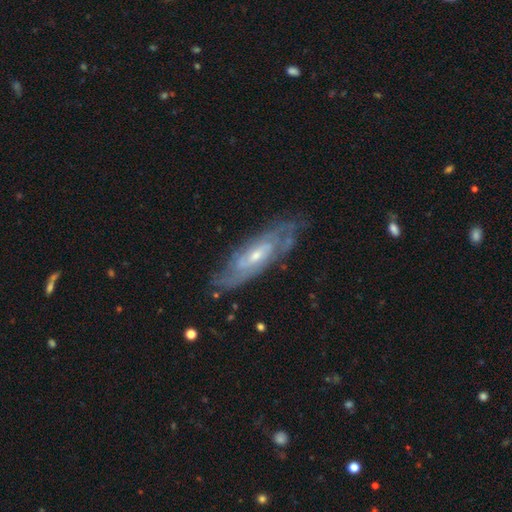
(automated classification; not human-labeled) Smooth or featured?
  - featured or disk: 83% *
  - smooth: 12%
  - star or artifact: 6%
Edge-on disk?
  - no: 80% *
  - yes: 20%
Bar?
  - no: 51% *
  - weak: 39%
  - strong: 10%
Spiral arms?
  - yes: 90% *
  - no: 10%
Spiral winding?
  - tight: 62% *
  - medium: 30%
  - loose: 8%
Spiral arm count?
  - can't tell: 51% *
  - 2: 27%
  - 3: 10%
  - 4: 6%
  - more than 4: 4%
  - 1: 4%
Bulge size?
  - small: 56% *
  - moderate: 40%
  - large: 2%
  - none: 2%
  - dominant: 1%
Merging?
  - none: 77% *
  - minor disturbance: 17%
  - major disturbance: 5%
  - merger: 2%